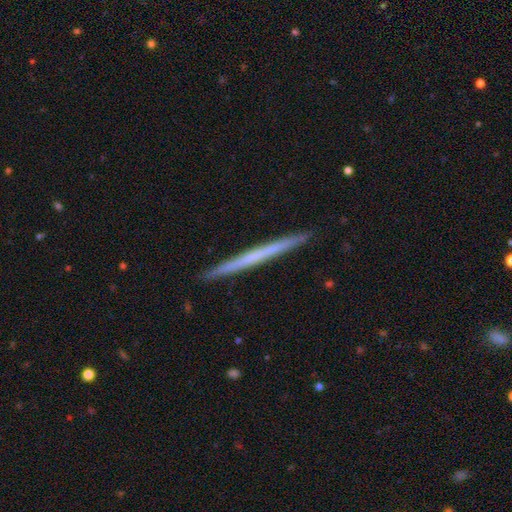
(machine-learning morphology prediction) A featured or disk galaxy (51%) viewed edge-on (98%). Merging: none (93%).